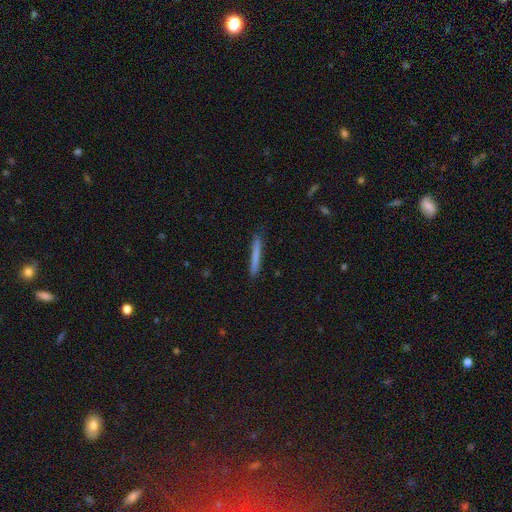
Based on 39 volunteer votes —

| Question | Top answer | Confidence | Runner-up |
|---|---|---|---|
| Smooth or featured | smooth | 62% | featured or disk (33%) |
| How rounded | cigar-shaped | 100% | — |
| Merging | none | 78% | minor disturbance (14%) |